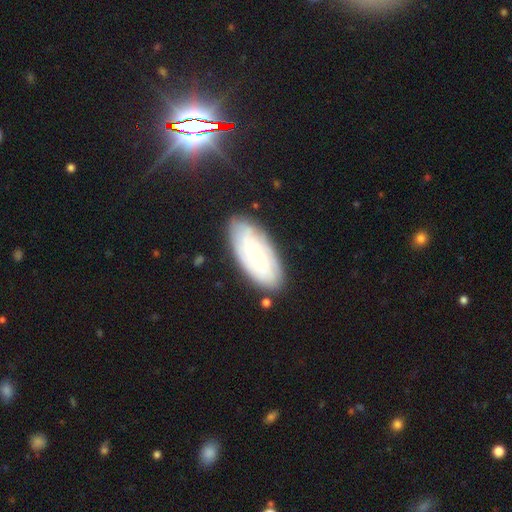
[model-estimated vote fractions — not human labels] A featured or disk galaxy (47%). Merging: none (81%).